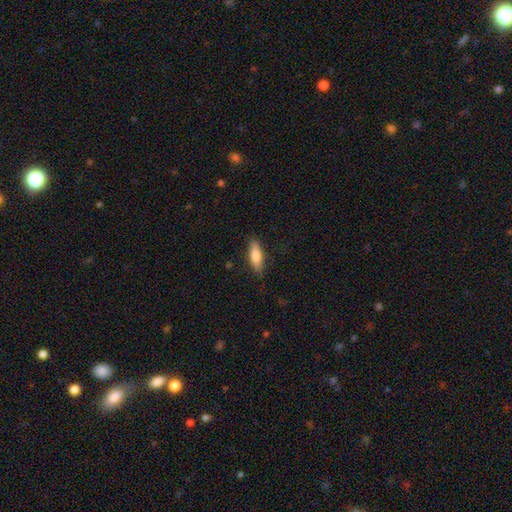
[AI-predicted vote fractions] This appears to be a smooth galaxy with no disk features (77%) that is in between round and cigar-shaped (52%). Merging: none (84%).